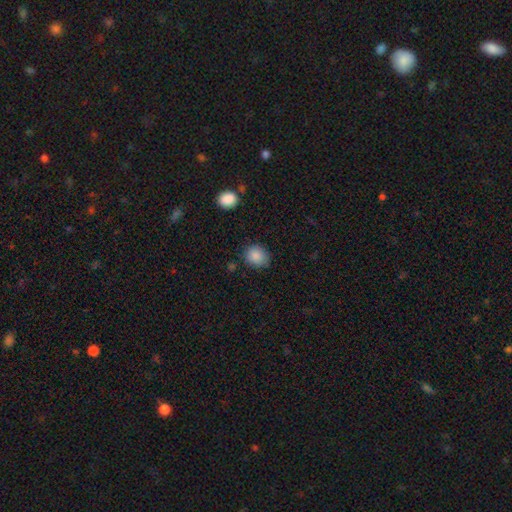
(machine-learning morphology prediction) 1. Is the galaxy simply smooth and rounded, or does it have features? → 88% smooth, 9% star or artifact, 3% featured or disk.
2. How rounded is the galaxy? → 70% round, 29% in between, 1% cigar-shaped.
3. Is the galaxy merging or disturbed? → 79% none, 15% minor disturbance, 4% major disturbance, 2% merger.